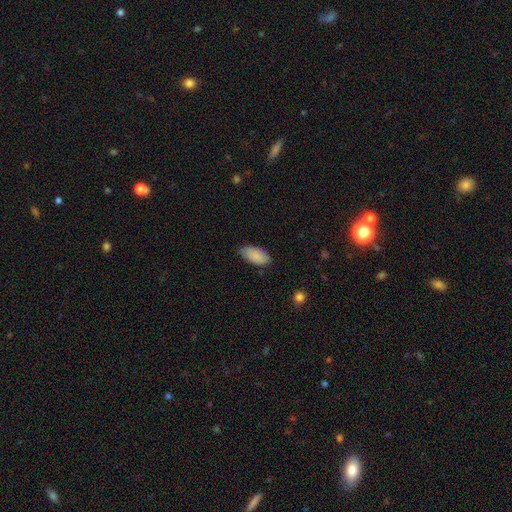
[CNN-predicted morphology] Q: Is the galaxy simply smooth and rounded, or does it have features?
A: smooth — 87%.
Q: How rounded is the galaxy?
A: in between — 94%.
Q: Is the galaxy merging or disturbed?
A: none — 74%.